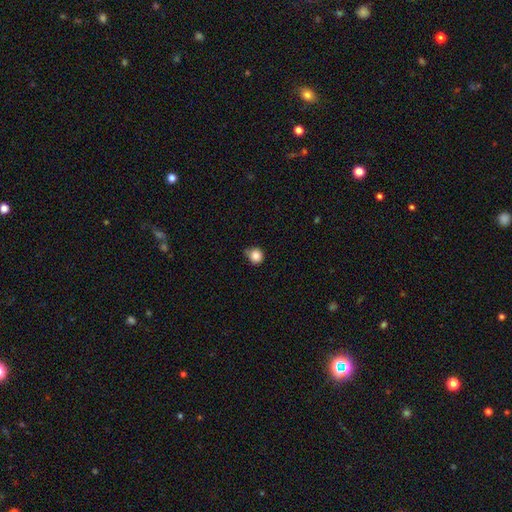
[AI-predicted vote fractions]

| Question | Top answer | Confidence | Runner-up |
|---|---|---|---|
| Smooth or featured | smooth | 85% | star or artifact (10%) |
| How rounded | round | 91% | in between (8%) |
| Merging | none | 66% | minor disturbance (24%) |